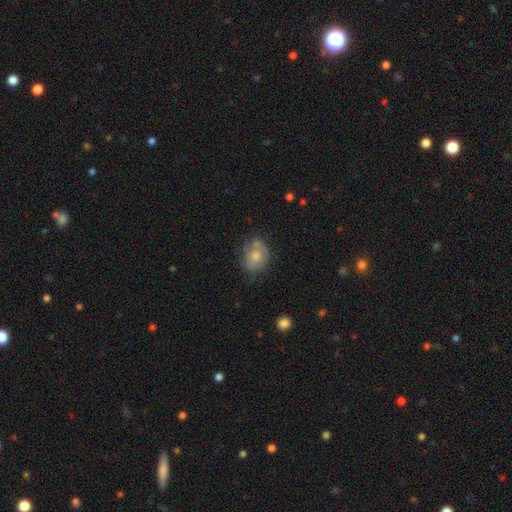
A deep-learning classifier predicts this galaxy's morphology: This is likely a smooth galaxy (62%). How rounded: possibly in between (53%). Merging: possibly none (54%).